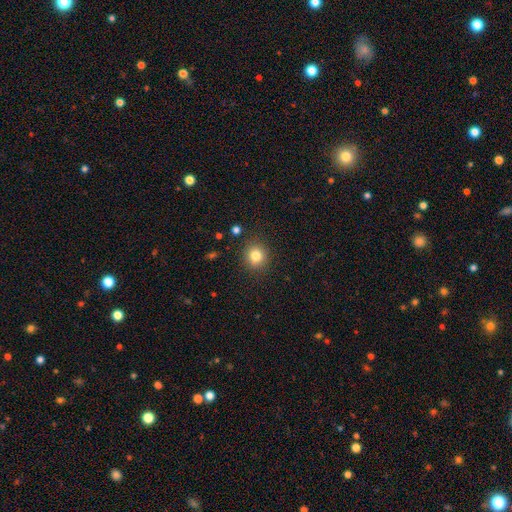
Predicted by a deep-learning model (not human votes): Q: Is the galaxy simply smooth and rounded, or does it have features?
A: smooth — 81%.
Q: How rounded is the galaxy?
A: round — 84%.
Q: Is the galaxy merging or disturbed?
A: none — 88%.